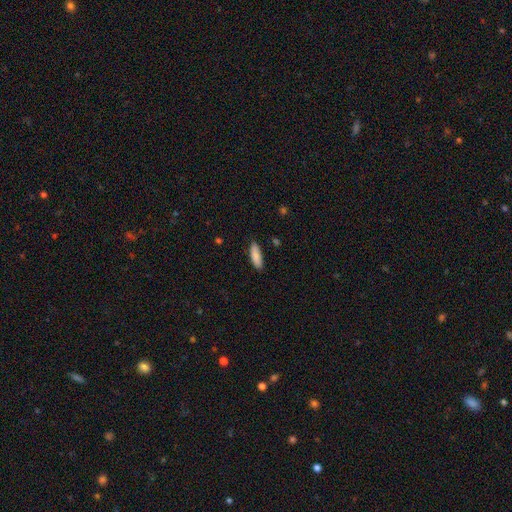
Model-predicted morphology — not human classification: A smooth galaxy with no disk features (87%) that is in between round and cigar-shaped (52%). Merging: none (85%).